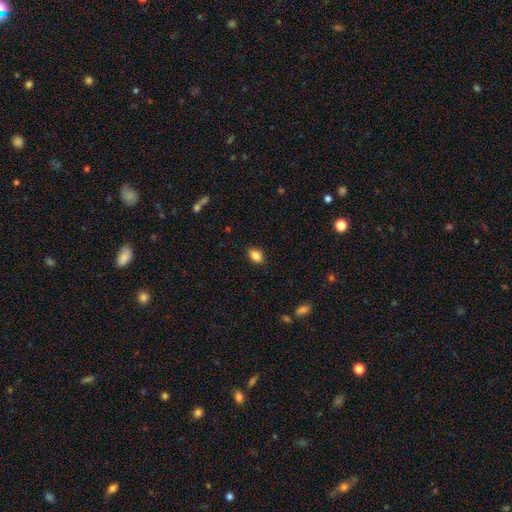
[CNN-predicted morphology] A smooth galaxy with no disk features (86%) that is in between round and cigar-shaped (79%).

Vote fractions:
- Smooth or featured? smooth: 86% / star or artifact: 9% / featured or disk: 5%
- How rounded? in between: 79% / round: 20% / cigar-shaped: 1%
- Merging? none: 88% / minor disturbance: 9% / major disturbance: 2% / merger: 1%